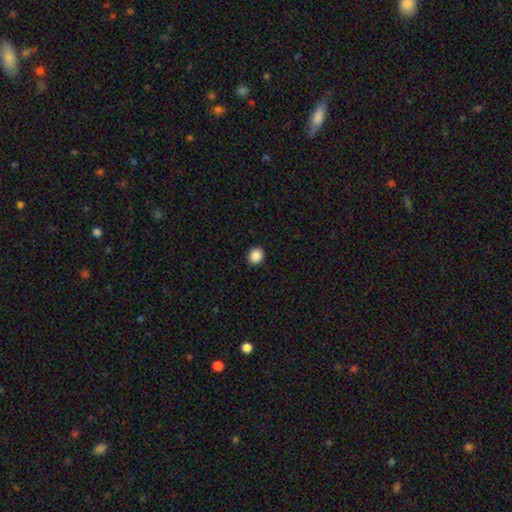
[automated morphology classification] Smooth or featured?
  - smooth: 88% *
  - star or artifact: 9%
  - featured or disk: 3%
How rounded?
  - round: 84% *
  - in between: 15%
  - cigar-shaped: 1%
Merging?
  - none: 92% *
  - minor disturbance: 5%
  - major disturbance: 2%
  - merger: 1%